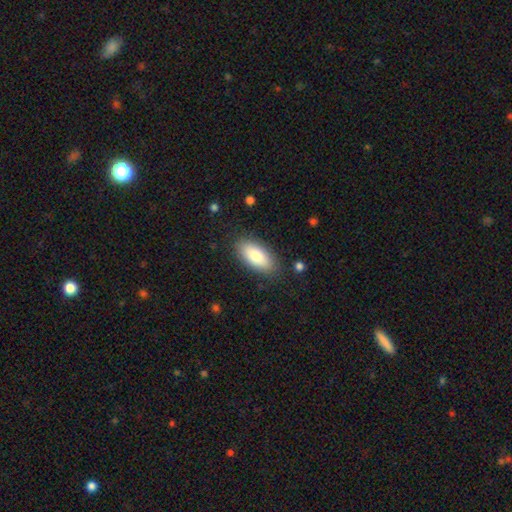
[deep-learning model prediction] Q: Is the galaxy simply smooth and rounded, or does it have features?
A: smooth — 80%.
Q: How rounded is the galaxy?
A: in between — 89%.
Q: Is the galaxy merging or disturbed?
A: none — 85%.